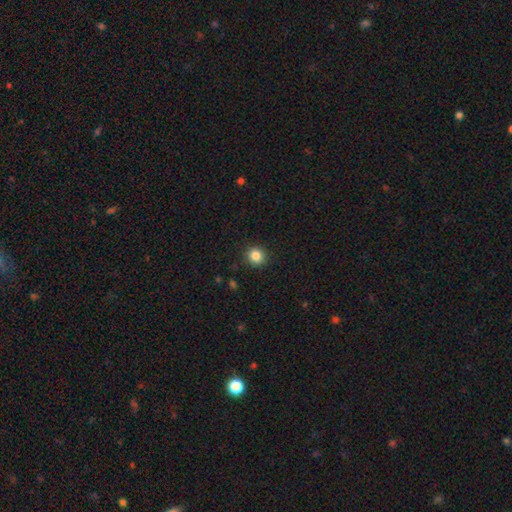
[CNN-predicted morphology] smooth 85%, star or artifact 10%, featured or disk 4%. Down the decision tree: how rounded — round (88%); merging — none (90%).